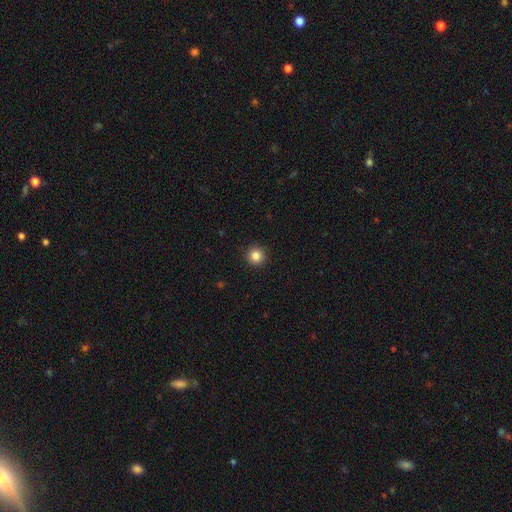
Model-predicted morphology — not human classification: The model was most divided on "smooth or featured": smooth: 85%, star or artifact: 11%, featured or disk: 4%. More confident: how rounded — round (96%); merging — none (93%).